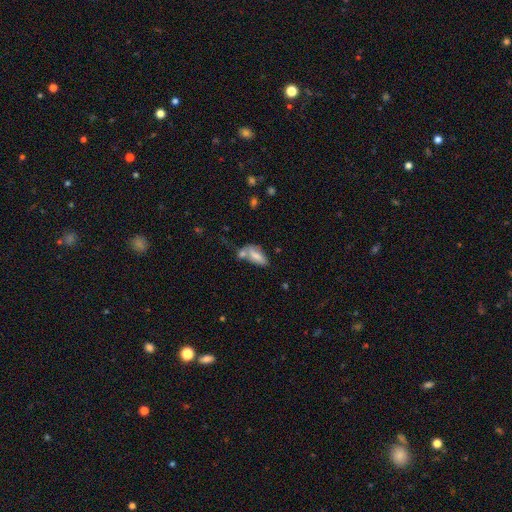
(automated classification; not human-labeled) The model was most divided on "merging": merger: 41%, none: 33%, minor disturbance: 17%, major disturbance: 9%. More confident: how rounded — in between (83%); smooth or featured — smooth (70%).